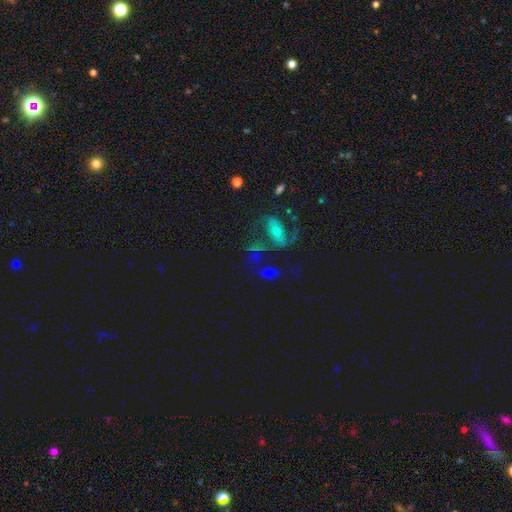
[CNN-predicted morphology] This is possibly a featured or disk galaxy (58%). It is clearly not viewed edge-on (92%). Bar: possibly no (48%). Spiral arm pattern: likely yes (71%). Central bulge: possibly small (49%). Merging: possibly none (45%).